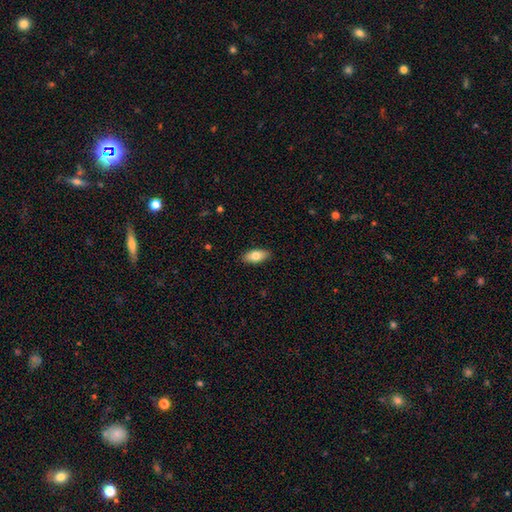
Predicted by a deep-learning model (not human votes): Smooth or featured?
  - smooth: 78% *
  - featured or disk: 16%
  - star or artifact: 6%
How rounded?
  - in between: 88% *
  - cigar-shaped: 9%
  - round: 3%
Merging?
  - none: 89% *
  - minor disturbance: 8%
  - major disturbance: 2%
  - merger: 1%